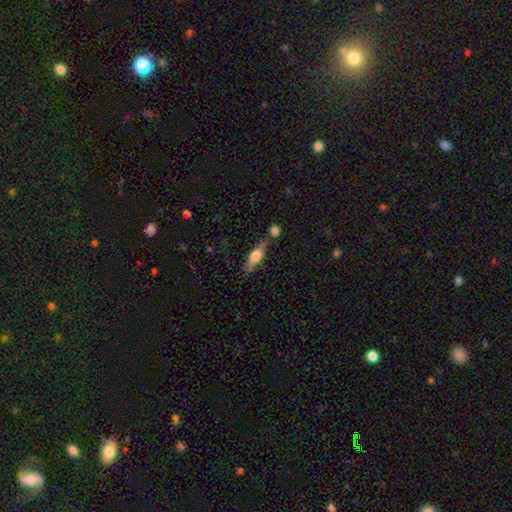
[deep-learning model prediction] Smooth or featured: smooth — 58% (featured or disk — 35%)
How rounded: in between — 48% (tied with cigar-shaped — 48%)
Merging: none — 63% (minor disturbance — 18%)